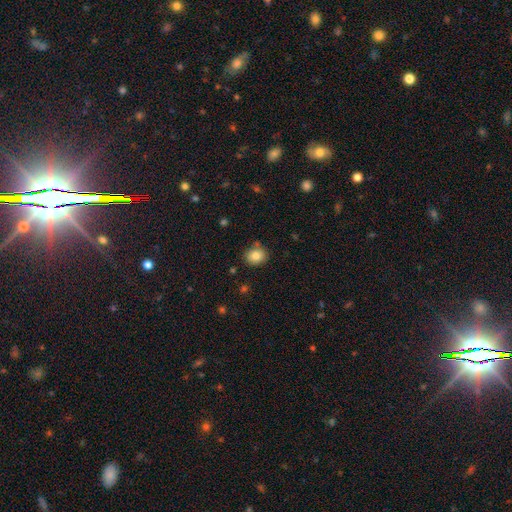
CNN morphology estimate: smooth-or-featured: smooth: 84% | star or artifact: 10% | featured or disk: 6%
  how-rounded: round: 63% | in between: 36% | cigar-shaped: 1%
  merging: none: 79% | minor disturbance: 13% | merger: 5% | major disturbance: 3%